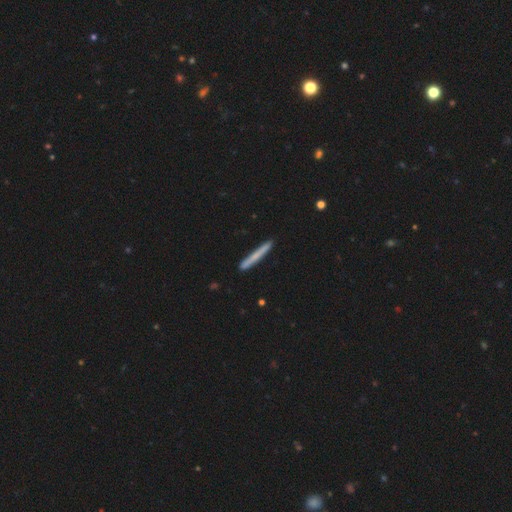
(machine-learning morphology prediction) A smooth galaxy with no disk features (65%) that is cigar-shaped (97%).

Vote fractions:
- Smooth or featured? smooth: 65% / featured or disk: 29% / star or artifact: 6%
- How rounded? cigar-shaped: 97% / in between: 2% / round: 1%
- Merging? none: 90% / minor disturbance: 7% / merger: 1% / major disturbance: 1%